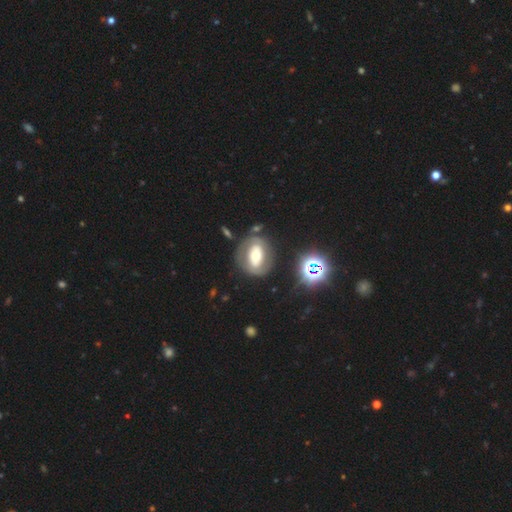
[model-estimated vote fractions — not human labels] Smooth or featured? Predicted: featured or disk (p=0.58). Edge-on disk? Predicted: no (p=0.94). Bar? Predicted: no (p=0.43). Spiral arms? Predicted: no (p=0.55). Bulge size? Predicted: moderate (p=0.62). Merging? Predicted: none (p=0.71).